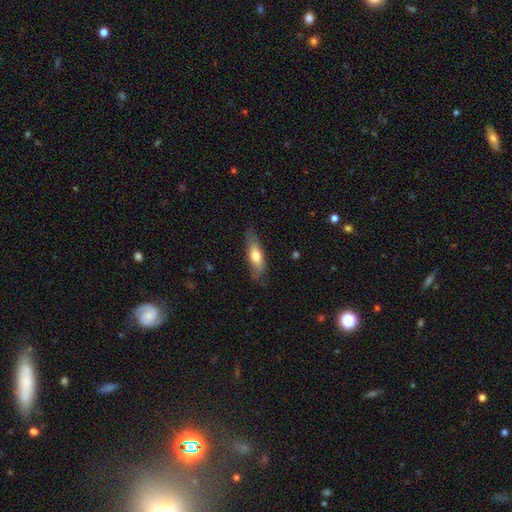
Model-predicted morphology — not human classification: type=smooth (62%); roundness=in between (54%); merging=none (74%).